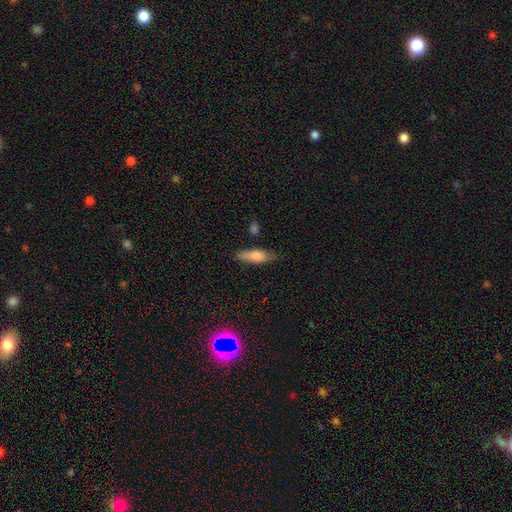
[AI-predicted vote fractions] Overall: smooth (79%). How rounded: in between (54%; cigar-shaped 44%). Merging: none (75%).